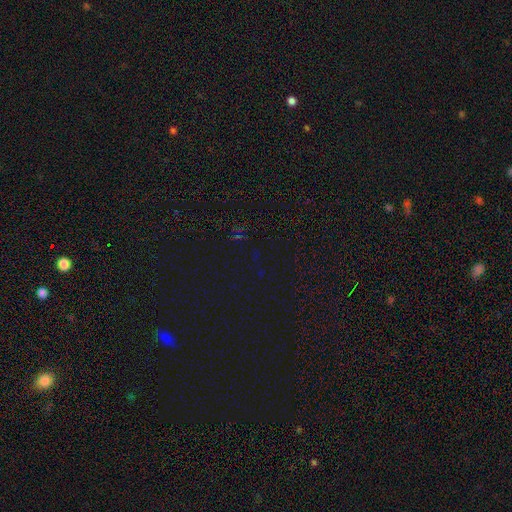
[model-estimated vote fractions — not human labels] This appears to be a star or artifact, not a galaxy (76%).